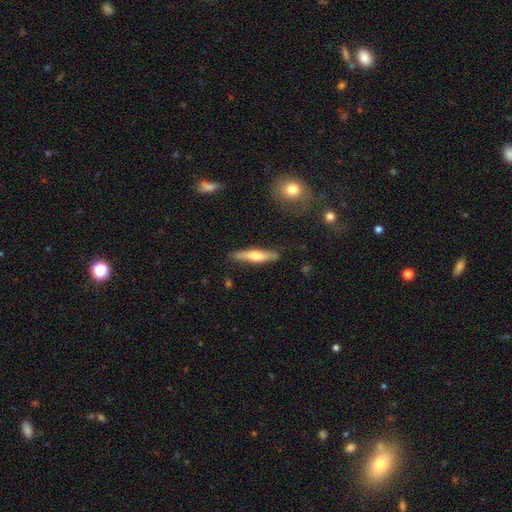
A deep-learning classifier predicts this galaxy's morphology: smooth 48%, featured or disk 46%, star or artifact 6%. Down the decision tree: merging — none (87%).